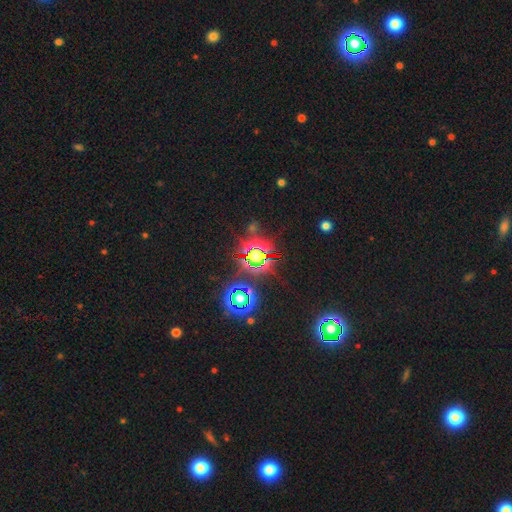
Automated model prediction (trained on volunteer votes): star or artifact 75%, smooth 16%, featured or disk 9%.